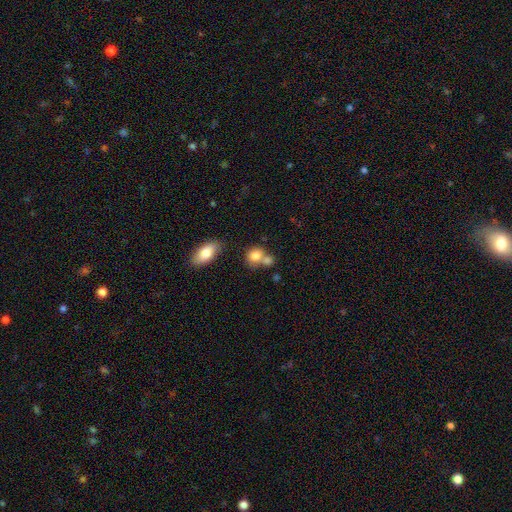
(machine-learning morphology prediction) The model was most divided on "merging": merger: 43%, none: 42%, minor disturbance: 11%, major disturbance: 4%. More confident: smooth or featured — smooth (81%); how rounded — round (60%).